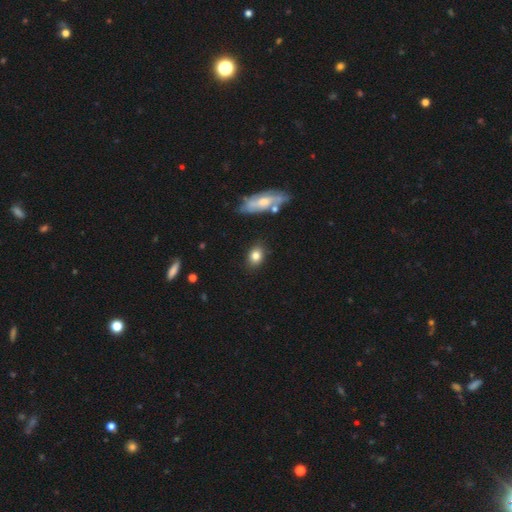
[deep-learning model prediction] smooth_or_featured: smooth (p=0.80) [alt: featured or disk p=0.11]
how_rounded: in between (p=0.62) [alt: round p=0.35]
merging: none (p=0.82) [alt: minor disturbance p=0.12]